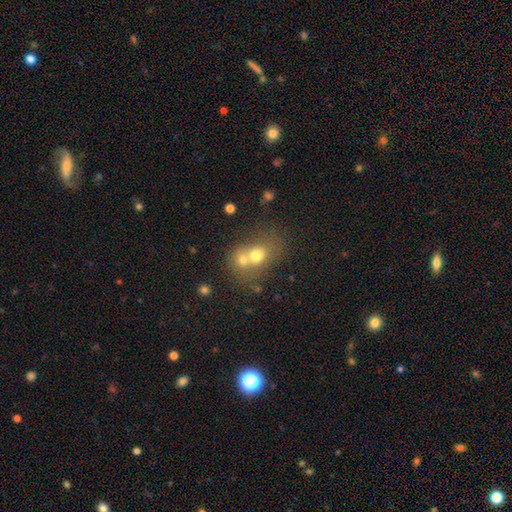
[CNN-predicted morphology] Smooth or featured? Predicted: smooth (p=0.65). How rounded? Predicted: round (p=0.59). Merging? Predicted: merger (p=0.62).